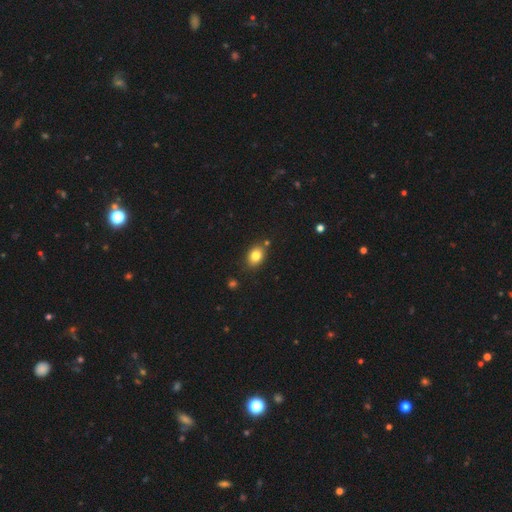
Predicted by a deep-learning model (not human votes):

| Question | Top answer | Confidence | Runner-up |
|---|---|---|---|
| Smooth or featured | smooth | 81% | star or artifact (10%) |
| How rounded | in between | 71% | round (28%) |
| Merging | none | 81% | minor disturbance (11%) |